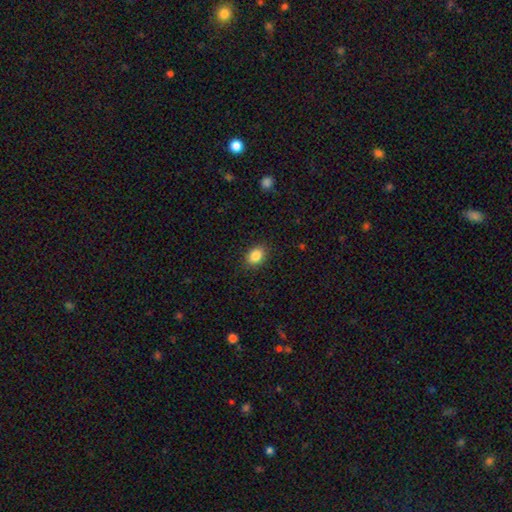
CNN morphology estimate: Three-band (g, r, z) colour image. It shows a smooth galaxy with no disk features (87%) that is in between round and cigar-shaped (69%). Merging: none (88%).